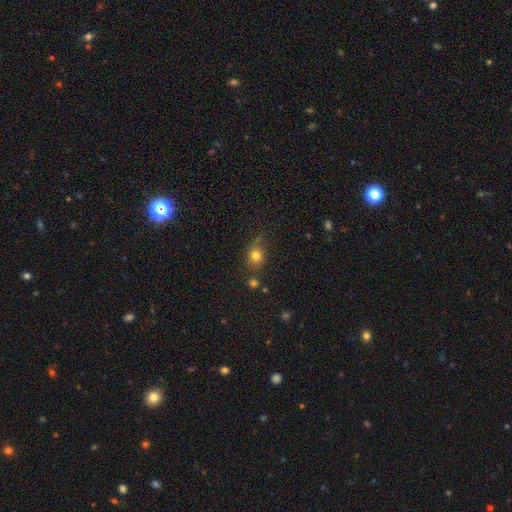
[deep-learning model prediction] Smooth or featured? Predicted: smooth (p=0.76). How rounded? Predicted: round (p=0.70). Merging? Predicted: none (p=0.62).